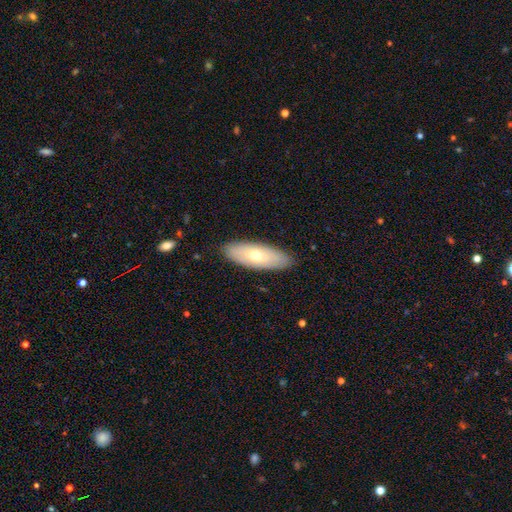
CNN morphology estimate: Smooth or featured? smooth (57%)
How rounded? in between (69%)
Merging? none (87%)